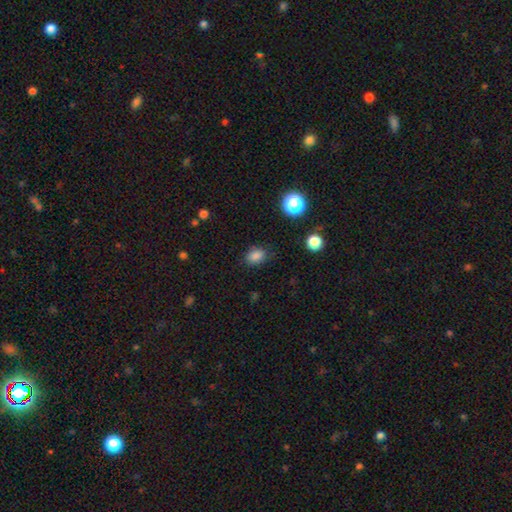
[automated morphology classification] This appears to be a smooth galaxy with no disk features (83%) that is in between round and cigar-shaped (66%). Merging: none (80%).